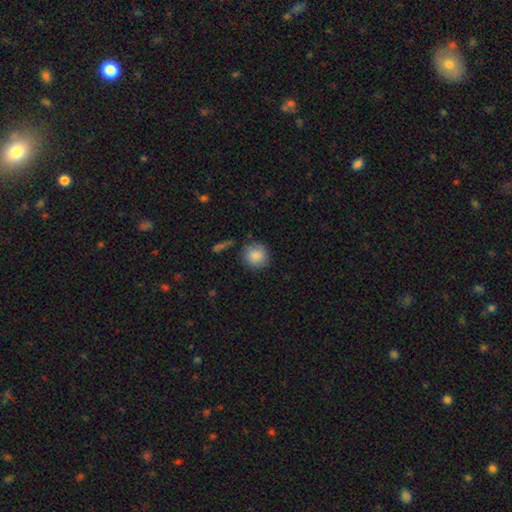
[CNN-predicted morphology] type=smooth (88%); roundness=round (90%); merging=none (81%).